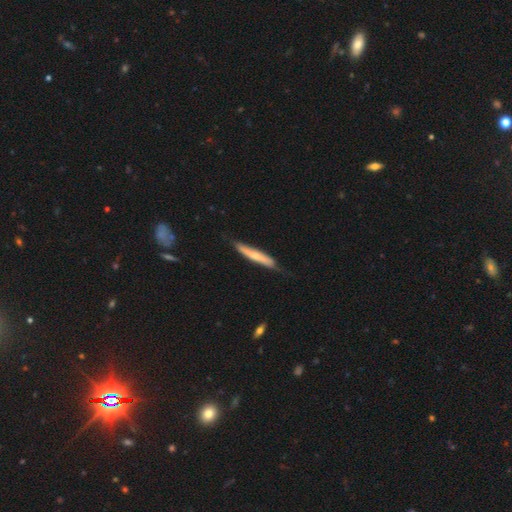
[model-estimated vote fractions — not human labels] smooth 49%, featured or disk 46%, star or artifact 5%. Down the decision tree: merging — none (70%).